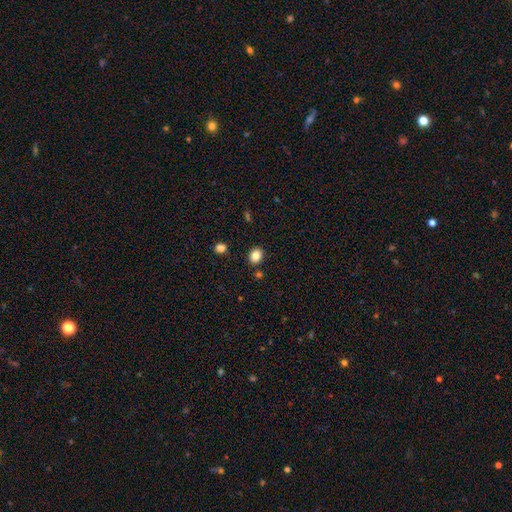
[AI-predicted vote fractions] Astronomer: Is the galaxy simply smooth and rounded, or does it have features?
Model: smooth — 85%.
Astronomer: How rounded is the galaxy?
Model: round — 52% (runner-up: in between, 47%).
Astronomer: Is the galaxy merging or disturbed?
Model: none — 86%.